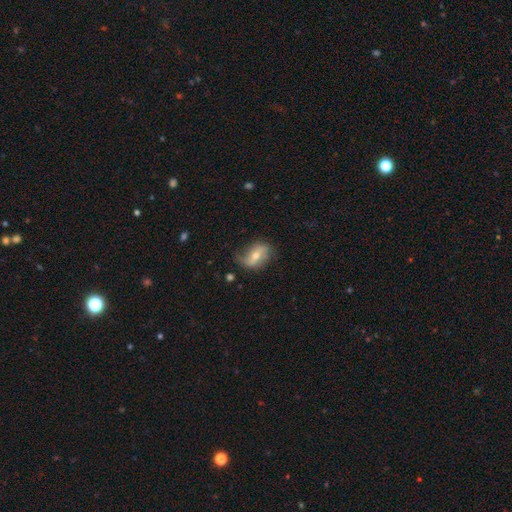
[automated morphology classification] Smooth or featured? featured or disk (57%)
Edge-on disk? no (91%)
Bar? no (34%, tied with weak)
Spiral arms? yes (75%)
Bulge size? moderate (60%)
Merging? none (66%)